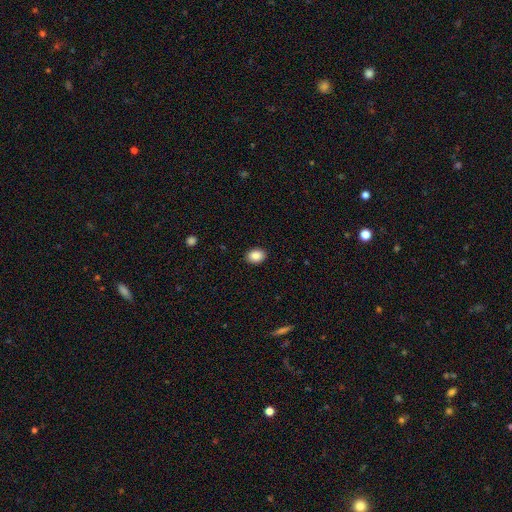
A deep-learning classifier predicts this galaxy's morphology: Smooth or featured? smooth (87%)
How rounded? in between (64%)
Merging? none (90%)